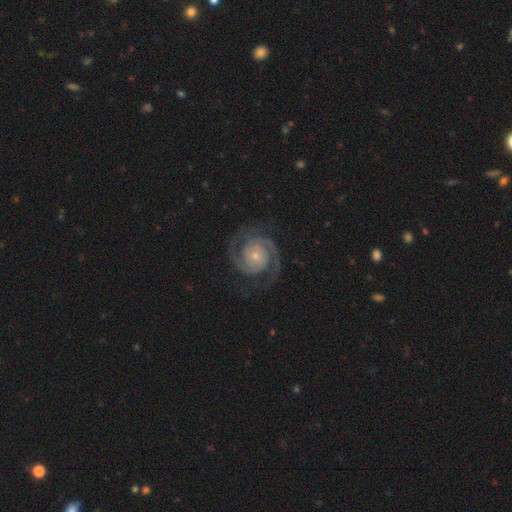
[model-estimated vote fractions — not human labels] Smooth or featured? Predicted: featured or disk (p=0.93). Edge-on disk? Predicted: no (p=0.98). Bar? Predicted: no (p=0.75). Spiral arms? Predicted: yes (p=0.99). Spiral winding? Predicted: tight (p=0.62). Spiral arm count? Predicted: 2 (p=0.92). Bulge size? Predicted: small (p=0.67). Merging? Predicted: none (p=0.82).